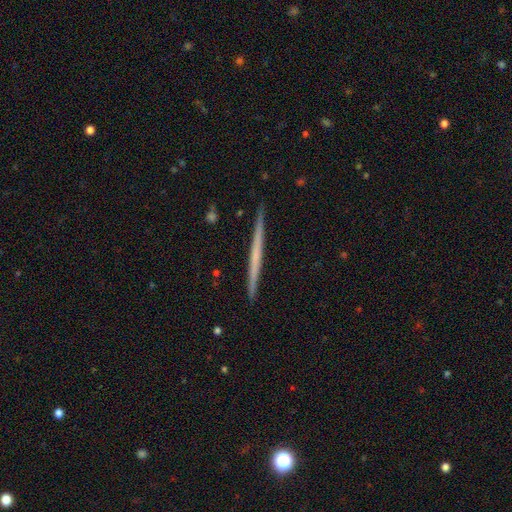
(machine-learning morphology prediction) Smooth or featured? featured or disk (57%)
Edge-on disk? yes (98%)
Edge-on bulge? none (88%)
Merging? none (92%)